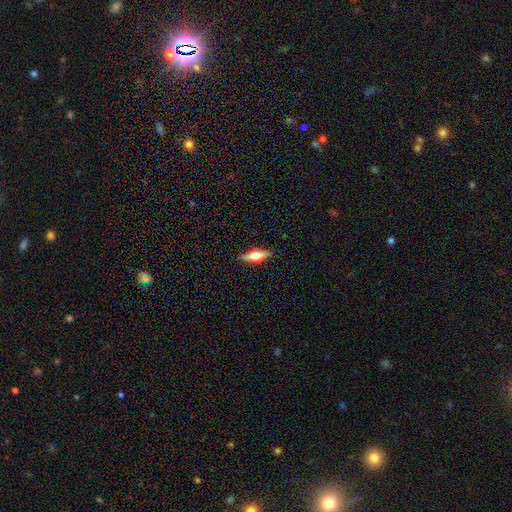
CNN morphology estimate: Smooth or featured? Predicted: featured or disk (p=0.48). Merging? Predicted: none (p=0.89).